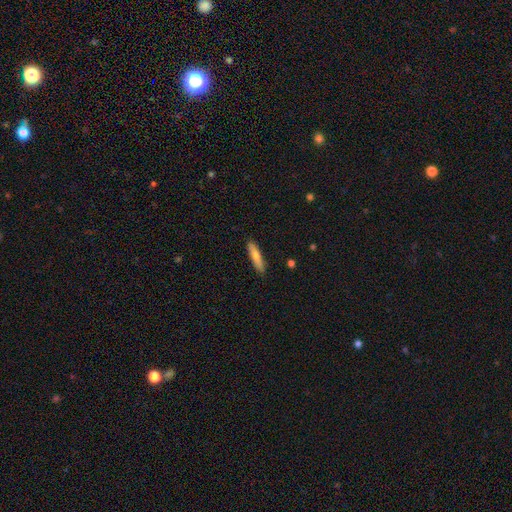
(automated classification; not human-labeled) smooth_or_featured: smooth (p=0.74) [alt: featured or disk p=0.21]
how_rounded: cigar-shaped (p=0.84) [alt: in between p=0.14]
merging: none (p=0.89) [alt: minor disturbance p=0.08]